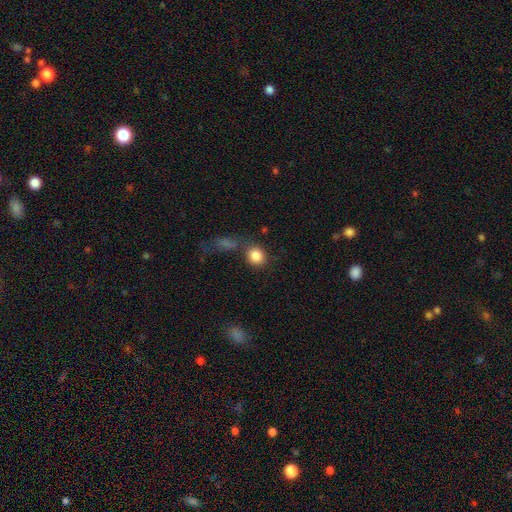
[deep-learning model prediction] This is clearly a smooth galaxy (85%). How rounded: likely round (76%). Merging: likely none (64%).